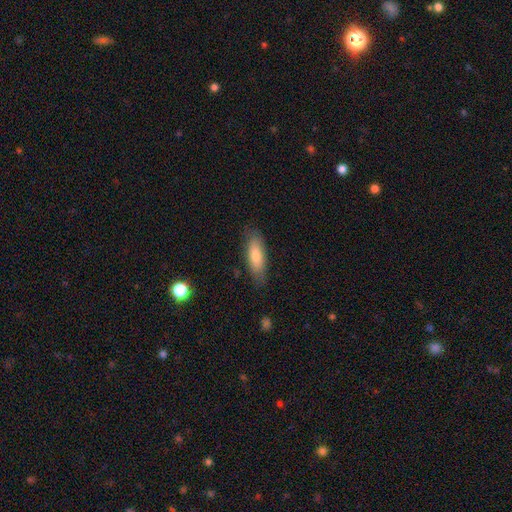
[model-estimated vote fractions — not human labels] smooth-or-featured: smooth: 76% | featured or disk: 17% | star or artifact: 6%
  how-rounded: in between: 55% | cigar-shaped: 43% | round: 2%
  merging: none: 82% | minor disturbance: 14% | major disturbance: 3% | merger: 1%